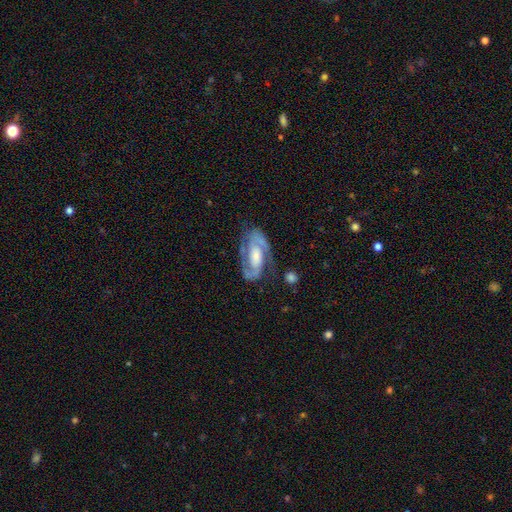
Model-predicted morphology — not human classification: This appears to be a featured or disk galaxy (88%) with a weak bar (39%), 2 (90%) medium (49%) spiral arms (97%) and a moderate central bulge (48%). Merging: none (75%).